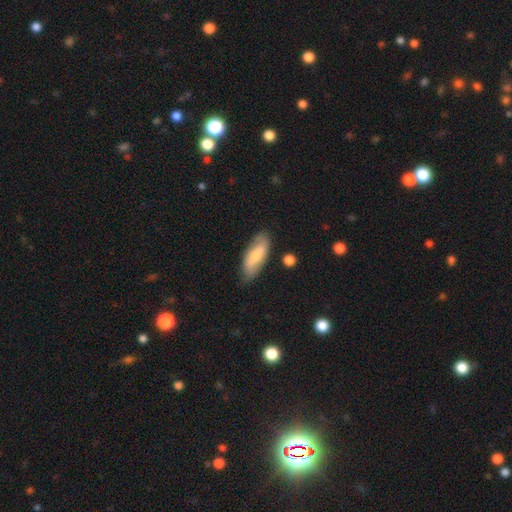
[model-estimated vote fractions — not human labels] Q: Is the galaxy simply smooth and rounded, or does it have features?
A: smooth — 65%.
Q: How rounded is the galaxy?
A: in between — 72%.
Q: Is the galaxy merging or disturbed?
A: none — 75%.